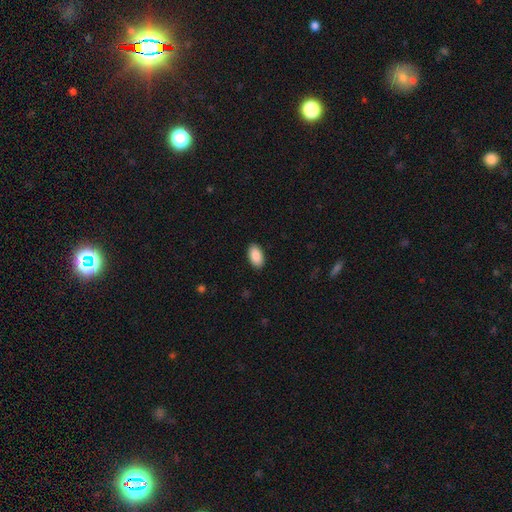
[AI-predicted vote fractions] smooth_or_featured: smooth (p=0.90) [alt: star or artifact p=0.07]
how_rounded: in between (p=0.95) [alt: round p=0.03]
merging: none (p=0.90) [alt: minor disturbance p=0.07]